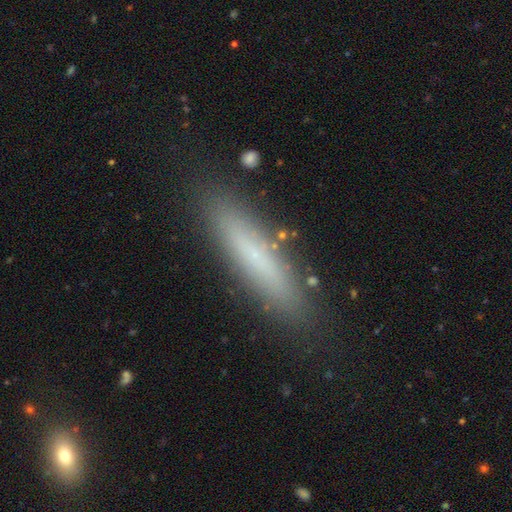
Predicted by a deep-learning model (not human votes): Smooth or featured? smooth (60%)
How rounded? cigar-shaped (86%)
Merging? none (85%)